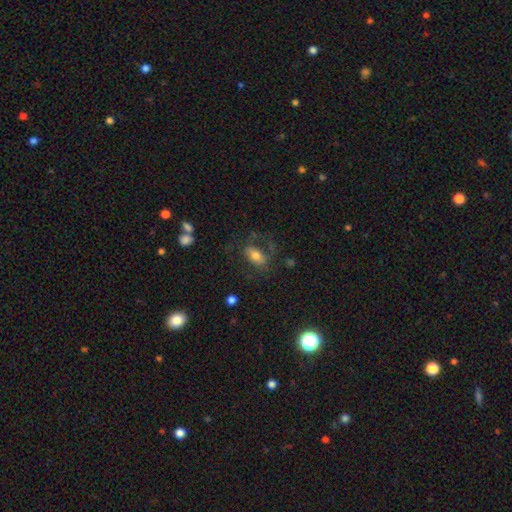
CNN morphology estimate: Smooth or featured: smooth — 60% (featured or disk — 31%)
How rounded: in between — 85% (round — 11%)
Merging: none — 55% (major disturbance — 23%)